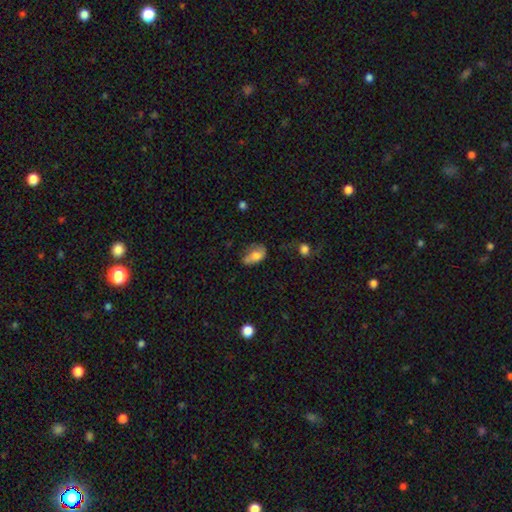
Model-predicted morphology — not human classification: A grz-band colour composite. It shows a smooth galaxy with no disk features (67%) that is in between round and cigar-shaped (87%). Merging: none (39%).